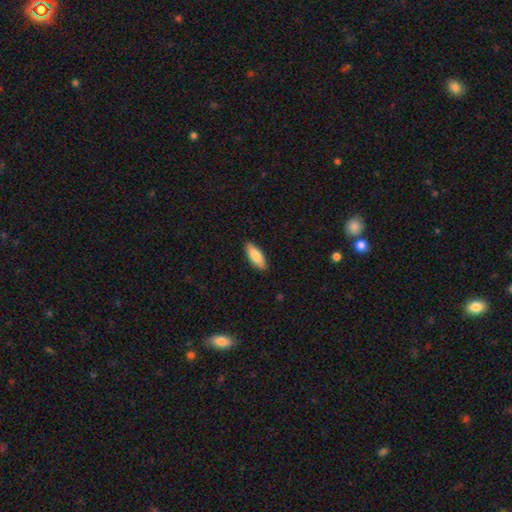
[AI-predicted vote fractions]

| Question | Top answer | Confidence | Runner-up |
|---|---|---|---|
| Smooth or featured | smooth | 83% | featured or disk (11%) |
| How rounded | in between | 70% | cigar-shaped (28%) |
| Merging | none | 88% | minor disturbance (9%) |